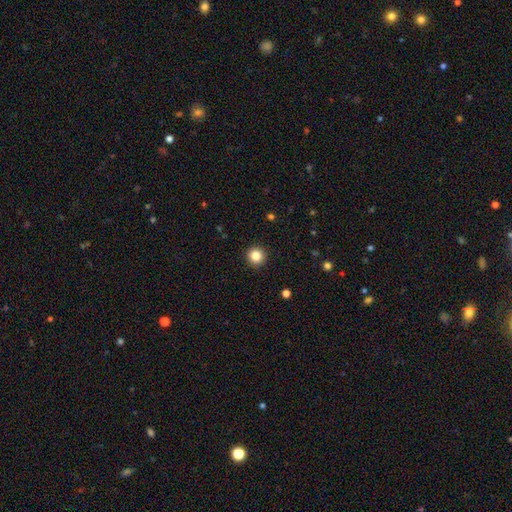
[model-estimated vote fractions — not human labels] Overall: smooth (85%). How rounded: round (96%). Merging: none (93%).